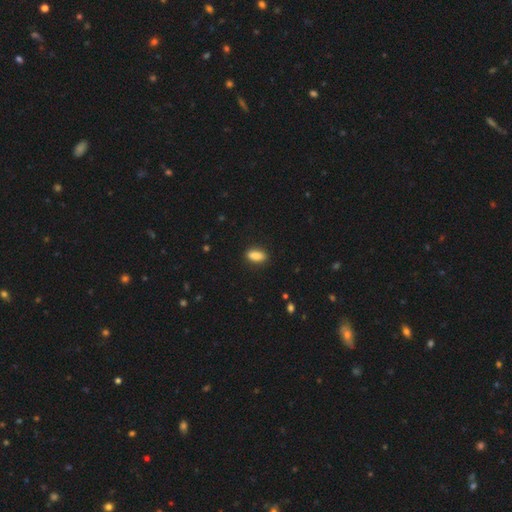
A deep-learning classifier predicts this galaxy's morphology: Smooth or featured: smooth — 88% (star or artifact — 7%)
How rounded: in between — 86% (cigar-shaped — 10%)
Merging: none — 87% (minor disturbance — 10%)